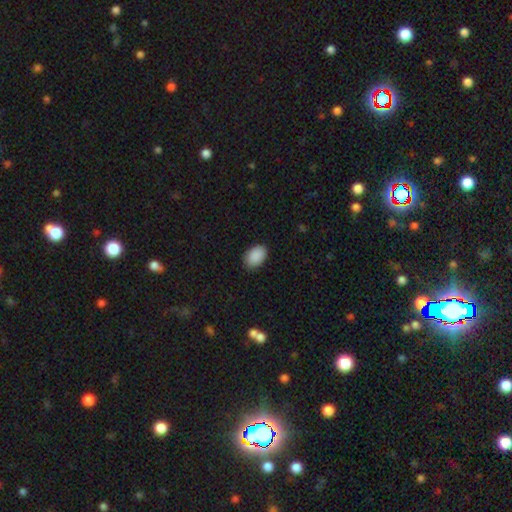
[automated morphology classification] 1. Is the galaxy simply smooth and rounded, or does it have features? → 90% smooth, 7% star or artifact, 3% featured or disk.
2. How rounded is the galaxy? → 88% in between, 11% round, 1% cigar-shaped.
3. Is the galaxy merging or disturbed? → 86% none, 11% minor disturbance, 2% major disturbance, 1% merger.